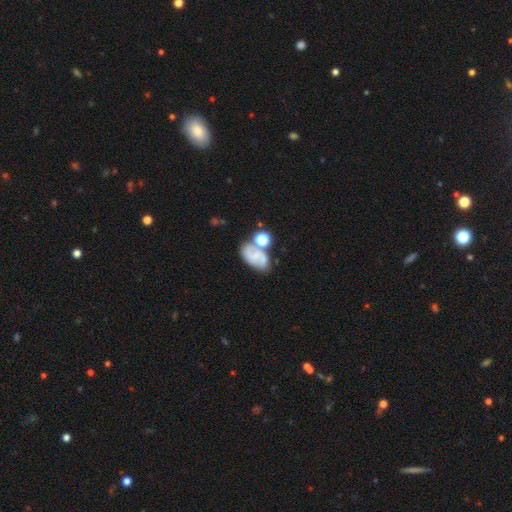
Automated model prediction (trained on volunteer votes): featured or disk 54%, smooth 34%, star or artifact 12%. Down the decision tree: edge-on disk — no (97%); bar — no (61%); spiral arms — yes (81%); bulge size — none (43%); merging — none (43%).